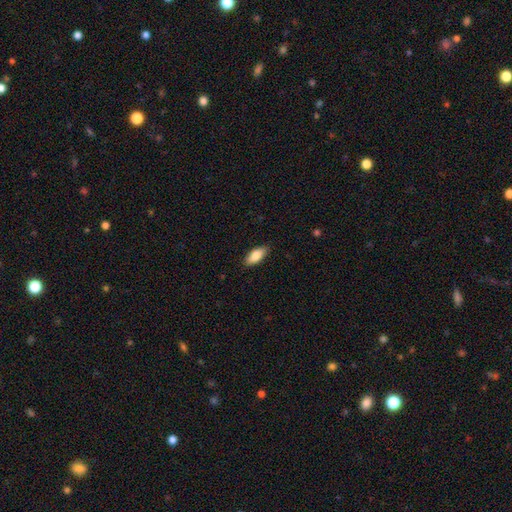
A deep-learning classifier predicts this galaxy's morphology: Smooth or featured? smooth (84%)
How rounded? in between (84%)
Merging? none (86%)